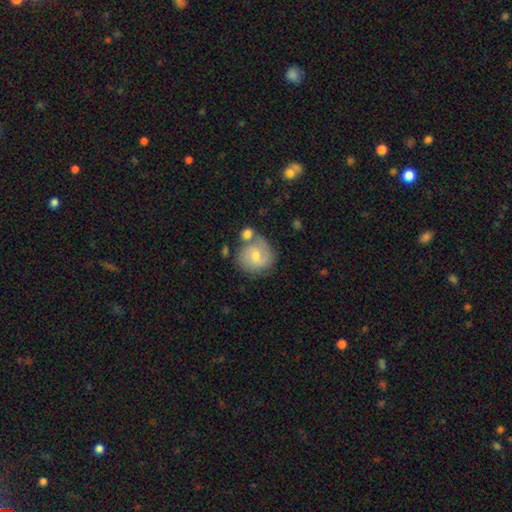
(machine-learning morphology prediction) Smooth or featured? Predicted: featured or disk (p=0.52). Edge-on disk? Predicted: no (p=0.97). Bar? Predicted: no (p=0.58). Spiral arms? Predicted: yes (p=0.79). Bulge size? Predicted: moderate (p=0.55). Merging? Predicted: none (p=0.57).